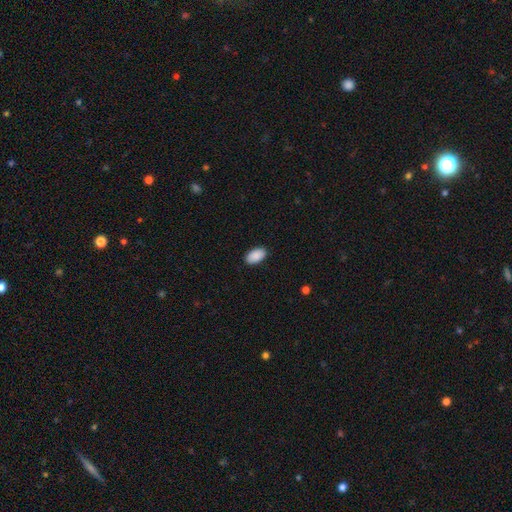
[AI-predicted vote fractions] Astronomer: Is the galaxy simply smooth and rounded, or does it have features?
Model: smooth — 91%.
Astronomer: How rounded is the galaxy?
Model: in between — 95%.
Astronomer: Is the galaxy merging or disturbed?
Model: none — 89%.